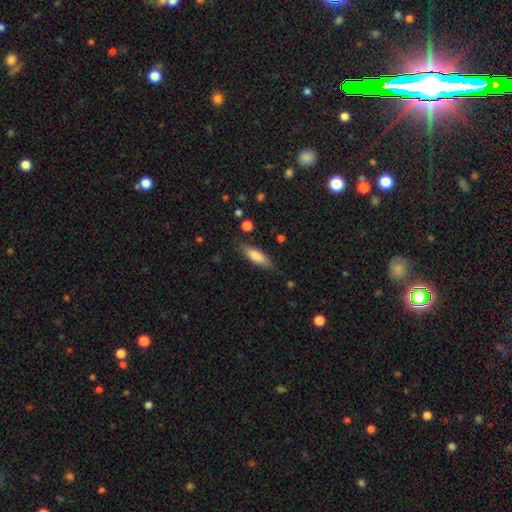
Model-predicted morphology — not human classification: smooth-or-featured: smooth: 79% | featured or disk: 15% | star or artifact: 6%
  how-rounded: in between: 53% | cigar-shaped: 45% | round: 2%
  merging: none: 80% | minor disturbance: 15% | major disturbance: 3% | merger: 2%